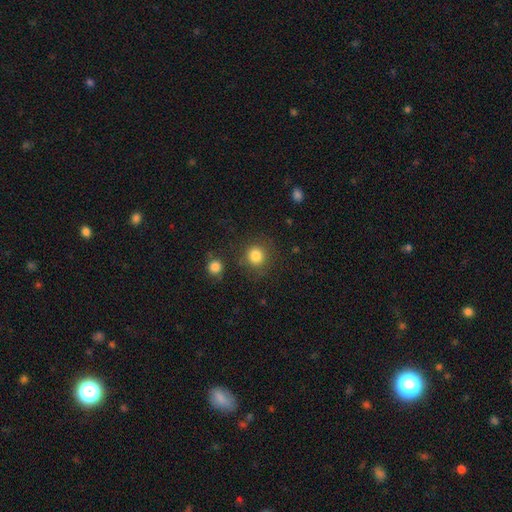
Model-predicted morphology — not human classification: Smooth or featured: smooth — 83% (star or artifact — 11%)
How rounded: round — 91% (in between — 8%)
Merging: none — 82% (minor disturbance — 9%)